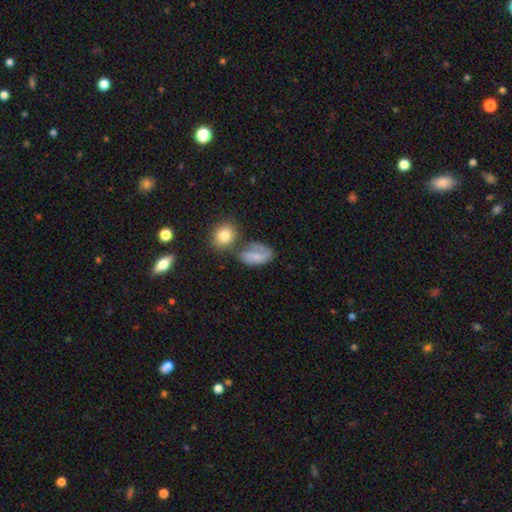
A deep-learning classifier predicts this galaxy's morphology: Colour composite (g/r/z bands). It shows a smooth galaxy with no disk features (57%) that is in between round and cigar-shaped (82%). Merging: none (39%).